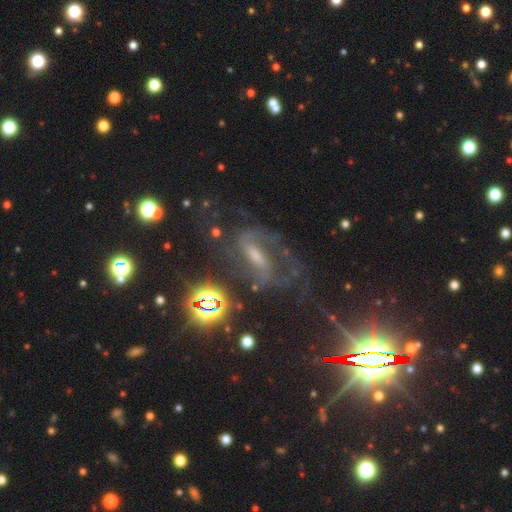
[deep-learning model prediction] This appears to be a featured or disk galaxy (73%) with a strong bar (46%), 2 (76%) medium (47%) spiral arms (92%) and a moderate central bulge (39%). Merging: none (53%).